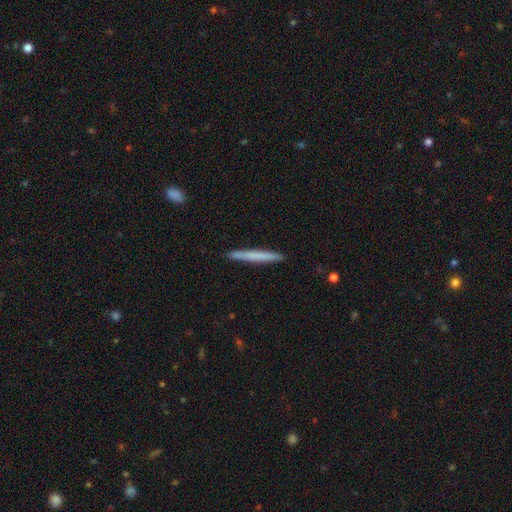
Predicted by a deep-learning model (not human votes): Smooth or featured? smooth (66%)
How rounded? cigar-shaped (97%)
Merging? none (92%)